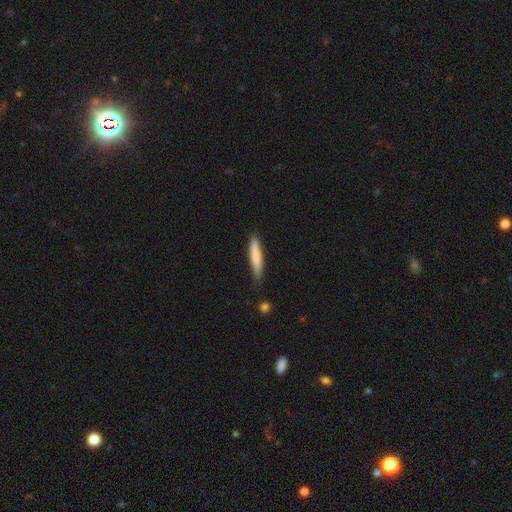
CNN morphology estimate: smooth-or-featured: smooth: 77% | featured or disk: 17% | star or artifact: 5%
  how-rounded: cigar-shaped: 90% | in between: 9% | round: 1%
  merging: none: 84% | minor disturbance: 12% | major disturbance: 2% | merger: 2%